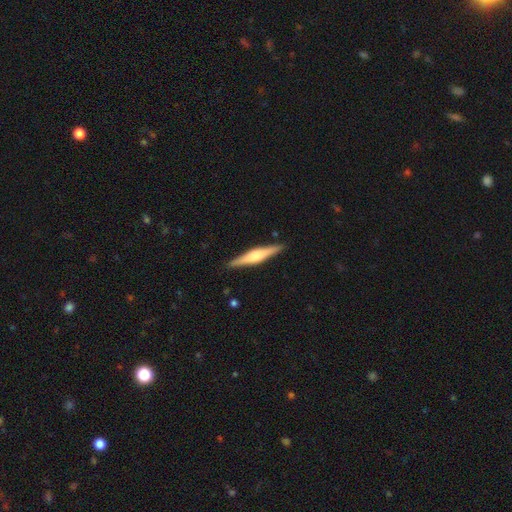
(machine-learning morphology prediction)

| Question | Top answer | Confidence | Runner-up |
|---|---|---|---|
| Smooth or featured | featured or disk | 63% | smooth (32%) |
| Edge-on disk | yes | 97% | no (3%) |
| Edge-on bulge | rounded | 77% | boxy (17%) |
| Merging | none | 90% | minor disturbance (7%) |